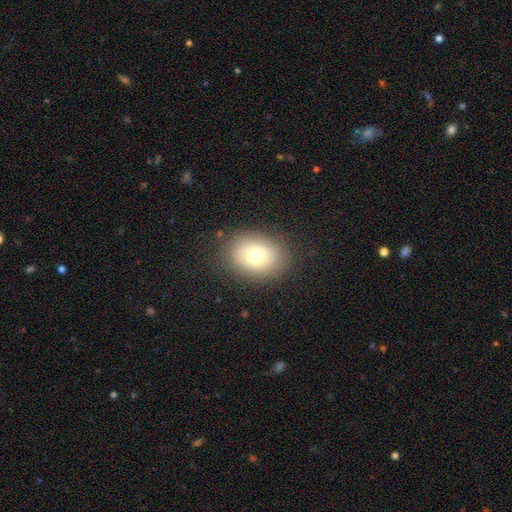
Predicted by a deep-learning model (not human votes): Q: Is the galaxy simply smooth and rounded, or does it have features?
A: smooth — 73%.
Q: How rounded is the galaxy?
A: in between — 55%.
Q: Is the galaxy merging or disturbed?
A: none — 85%.